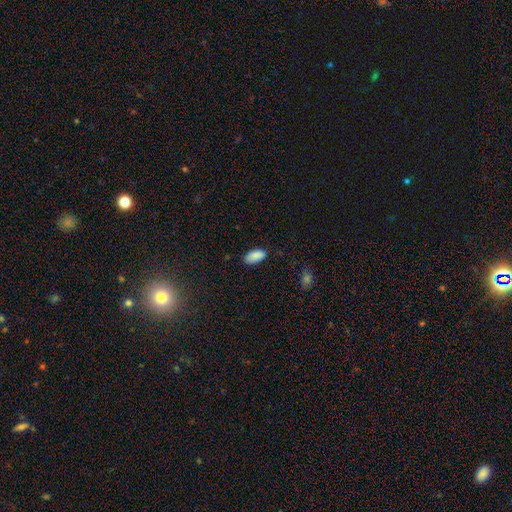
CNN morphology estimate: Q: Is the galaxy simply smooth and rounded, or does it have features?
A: smooth — 88%.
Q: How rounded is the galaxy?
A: in between — 95%.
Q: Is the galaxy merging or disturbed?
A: none — 82%.